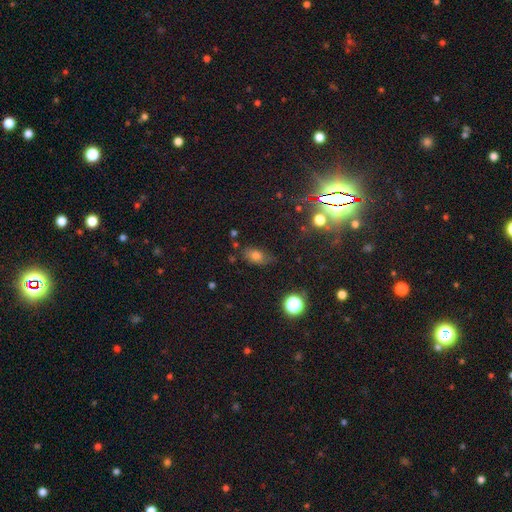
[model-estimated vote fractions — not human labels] smooth-or-featured: smooth: 62% | star or artifact: 25% | featured or disk: 13%
  how-rounded: in between: 80% | round: 17% | cigar-shaped: 3%
  merging: none: 70% | minor disturbance: 21% | major disturbance: 6% | merger: 3%